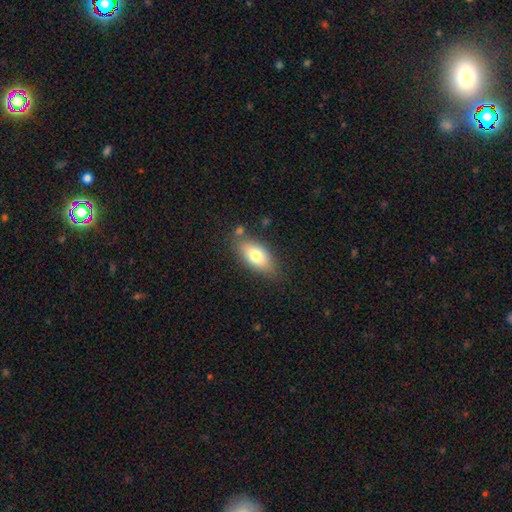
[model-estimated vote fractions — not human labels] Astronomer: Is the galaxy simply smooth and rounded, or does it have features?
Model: smooth — 75%.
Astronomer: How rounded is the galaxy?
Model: in between — 88%.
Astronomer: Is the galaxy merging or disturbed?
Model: none — 75%.